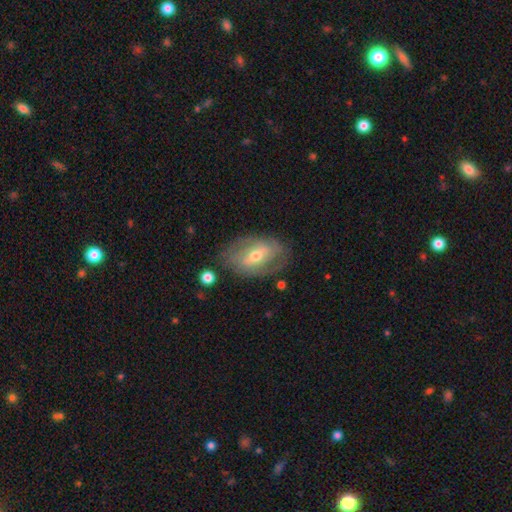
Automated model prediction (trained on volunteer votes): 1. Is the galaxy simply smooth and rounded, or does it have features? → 67% featured or disk, 26% smooth, 7% star or artifact.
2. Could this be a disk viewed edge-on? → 91% no, 9% yes.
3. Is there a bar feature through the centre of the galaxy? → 40% weak, 37% strong, 23% no.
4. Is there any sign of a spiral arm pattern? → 61% yes, 39% no.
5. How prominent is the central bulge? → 57% moderate, 38% small, 3% large, 1% none, 1% dominant.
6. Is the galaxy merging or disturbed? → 72% none, 18% minor disturbance, 8% major disturbance, 2% merger.